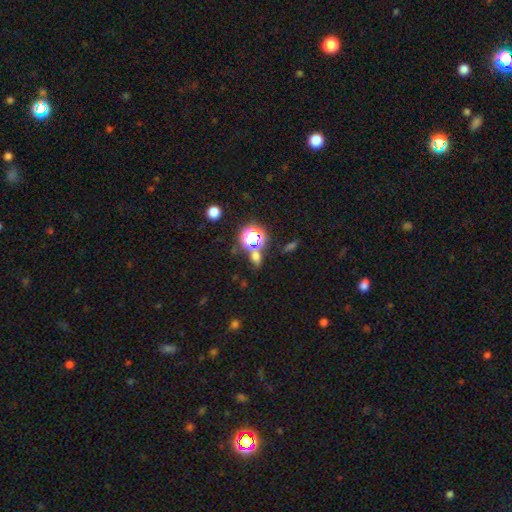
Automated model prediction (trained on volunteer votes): A smooth galaxy with no disk features (53%) that is round (54%).

Vote fractions:
- Smooth or featured? smooth: 53% / star or artifact: 38% / featured or disk: 9%
- How rounded? round: 54% / in between: 43% / cigar-shaped: 3%
- Merging? none: 67% / merger: 17% / minor disturbance: 11% / major disturbance: 5%